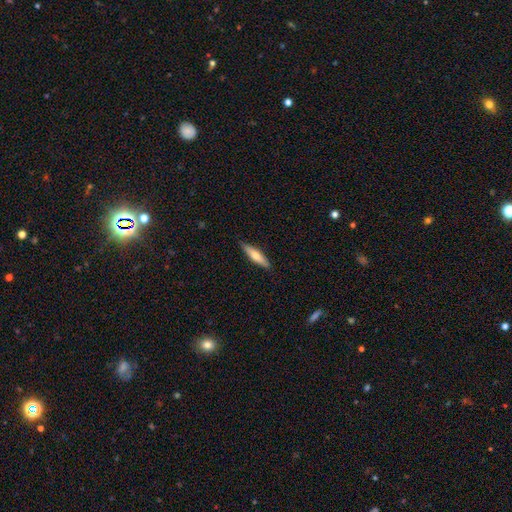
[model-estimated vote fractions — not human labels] Q: Smooth or featured?
A: smooth (60%); runner-up: featured or disk (34%)
Q: How rounded?
A: cigar-shaped (78%); runner-up: in between (20%)
Q: Merging?
A: none (86%); runner-up: minor disturbance (11%)